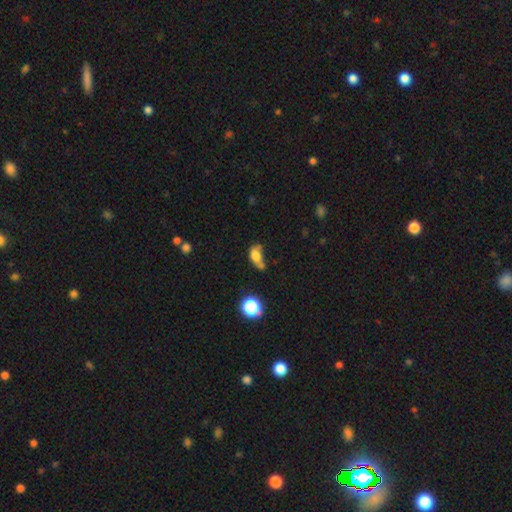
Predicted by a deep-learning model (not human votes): This appears to be a smooth galaxy with no disk features (67%) that is in between round and cigar-shaped (71%). Merging: none (28%).